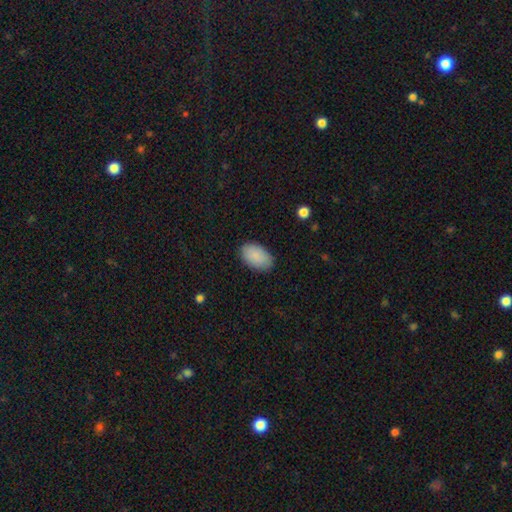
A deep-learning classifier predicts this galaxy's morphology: Smooth or featured?
  - smooth: 90% *
  - star or artifact: 6%
  - featured or disk: 4%
How rounded?
  - in between: 93% *
  - round: 6%
  - cigar-shaped: 1%
Merging?
  - none: 85% *
  - minor disturbance: 11%
  - major disturbance: 2%
  - merger: 1%